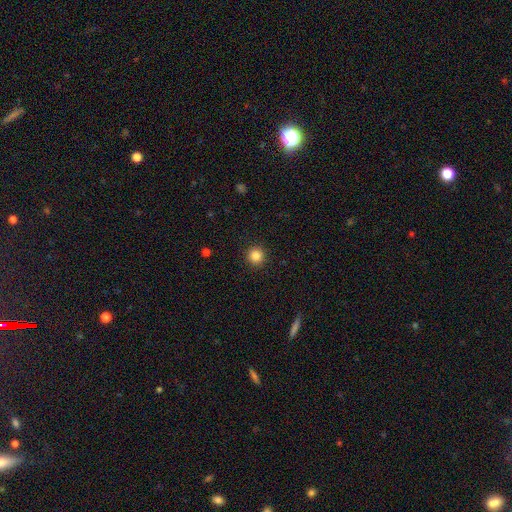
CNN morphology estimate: A smooth galaxy with no disk features (85%) that is round (94%).

Vote fractions:
- Smooth or featured? smooth: 85% / star or artifact: 11% / featured or disk: 4%
- How rounded? round: 94% / in between: 5% / cigar-shaped: 1%
- Merging? none: 92% / minor disturbance: 5% / major disturbance: 2% / merger: 1%